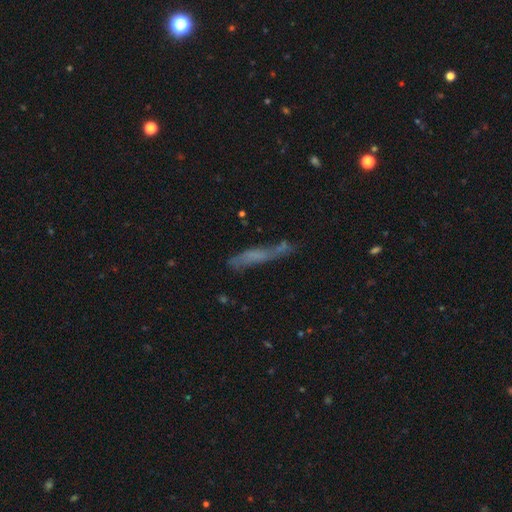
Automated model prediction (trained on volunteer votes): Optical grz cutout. It shows a smooth galaxy with no disk features (48%). Merging: none (56%).